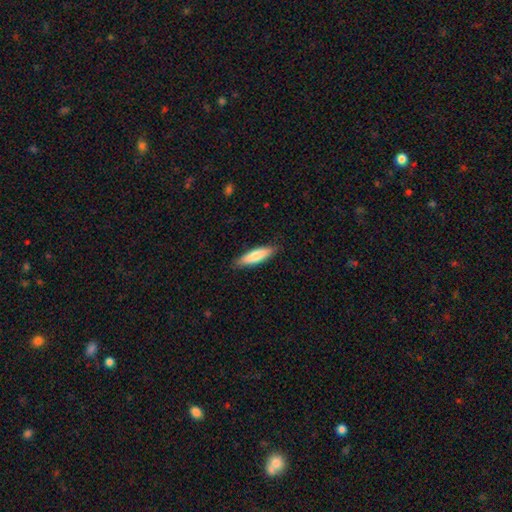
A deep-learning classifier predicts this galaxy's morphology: The model was most divided on "how rounded": cigar-shaped: 64%, in between: 35%, round: 1%. More confident: merging — none (86%); smooth or featured — smooth (77%).